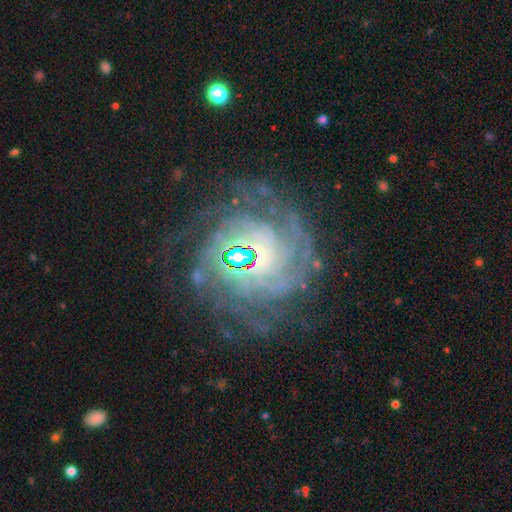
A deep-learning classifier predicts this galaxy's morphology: This is clearly a featured or disk galaxy (85%). It is clearly not viewed edge-on (97%). Bar: likely no (61%). Spiral arm pattern: clearly yes (97%). Spiral arm count: marginally can't tell (26%). Spiral winding: likely tight (73%). Central bulge: marginally moderate (37%). Merging: likely none (70%).